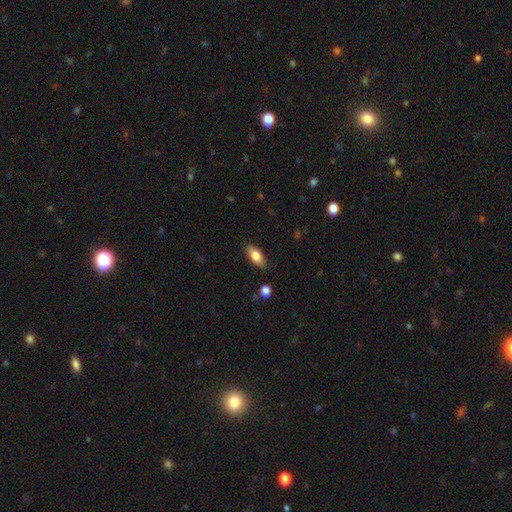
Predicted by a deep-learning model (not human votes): The model was most divided on "smooth or featured": smooth: 79%, featured or disk: 15%, star or artifact: 7%. More confident: merging — none (85%); how rounded — in between (84%).